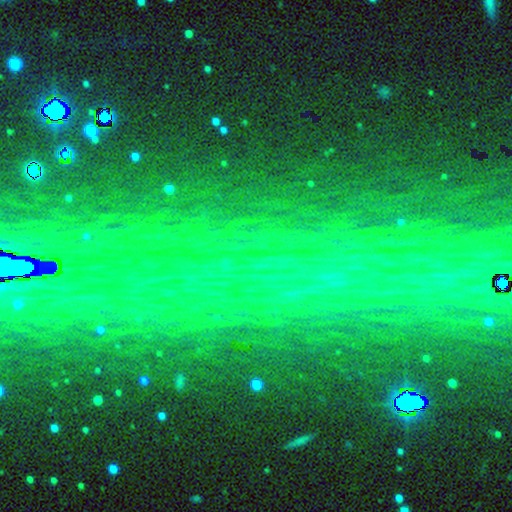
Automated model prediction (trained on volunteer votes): smooth-or-featured: star or artifact: 83% | featured or disk: 9% | smooth: 7%